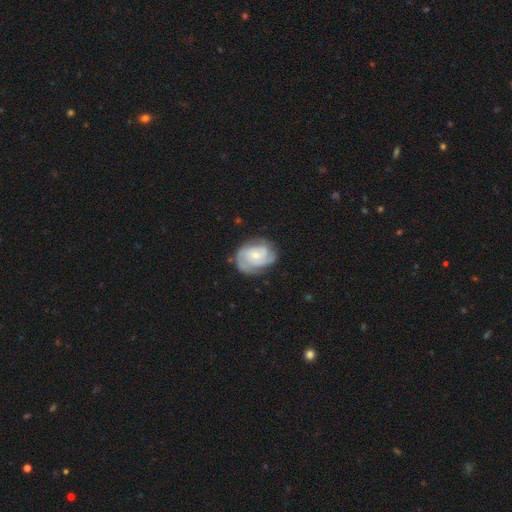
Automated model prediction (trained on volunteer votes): featured or disk 77%, smooth 18%, star or artifact 5%. Down the decision tree: edge-on disk — no (98%); bar — no (69%); spiral arms — yes (94%); spiral arm count — 2 (33%); spiral winding — tight (56%); bulge size — small (61%); merging — none (67%).